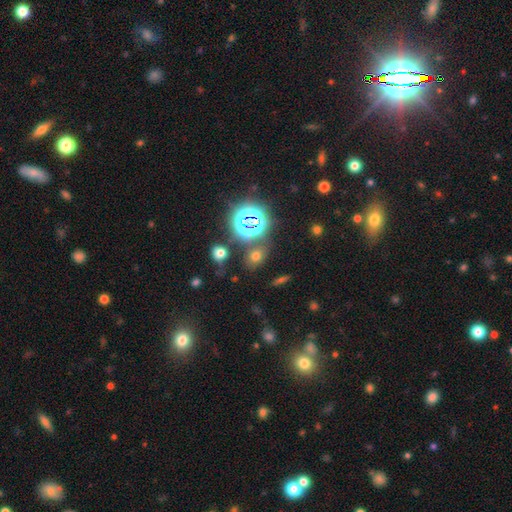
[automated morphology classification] smooth_or_featured: smooth (p=0.56) [alt: star or artifact p=0.36]
how_rounded: in between (p=0.52) [alt: round p=0.45]
merging: none (p=0.76) [alt: minor disturbance p=0.11]